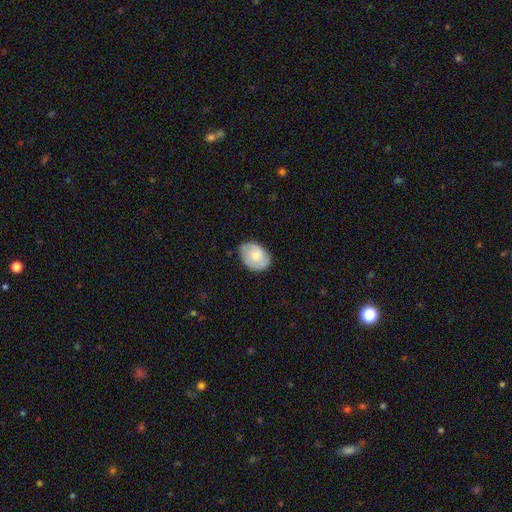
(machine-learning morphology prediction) Overall: smooth (62%; featured or disk 31%). How rounded: in between (76%). Merging: none (74%).